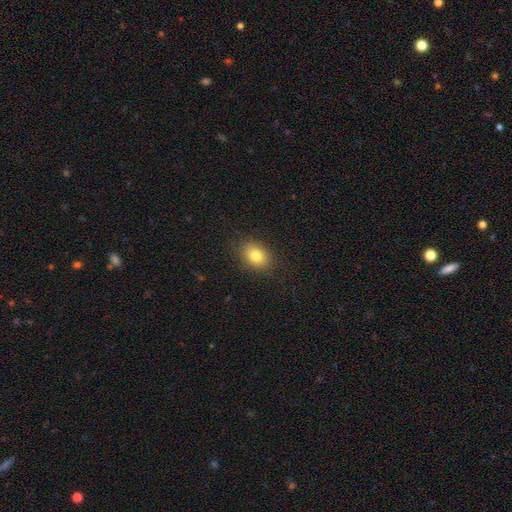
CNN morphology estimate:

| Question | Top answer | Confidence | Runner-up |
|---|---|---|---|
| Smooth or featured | smooth | 81% | star or artifact (10%) |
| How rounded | in between | 67% | round (31%) |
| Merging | none | 87% | minor disturbance (10%) |